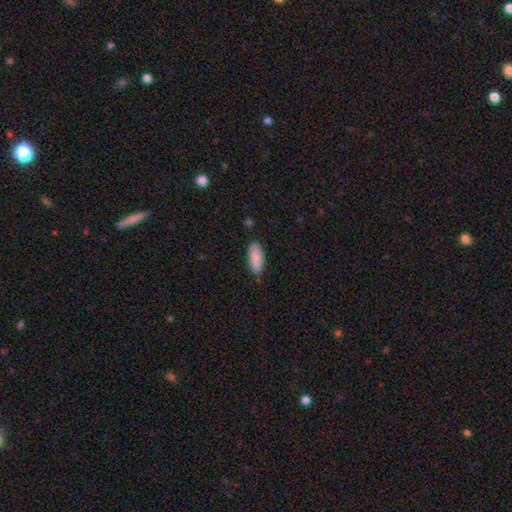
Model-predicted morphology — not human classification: Smooth or featured? Predicted: smooth (p=0.88). How rounded? Predicted: in between (p=0.79). Merging? Predicted: none (p=0.83).